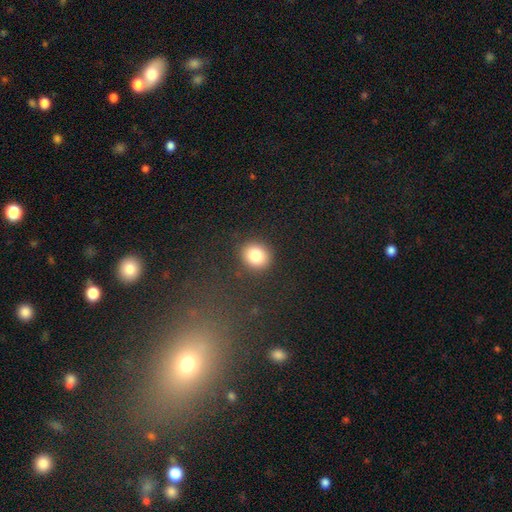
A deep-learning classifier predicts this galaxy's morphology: This is clearly a smooth galaxy (83%). How rounded: likely round (76%). Merging: clearly none (88%).